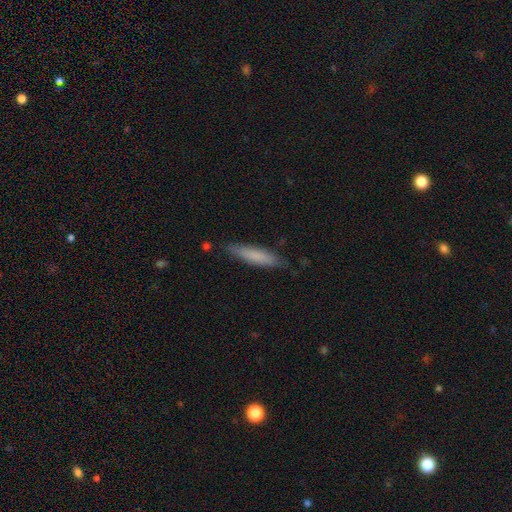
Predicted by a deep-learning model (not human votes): Smooth or featured? smooth (74%)
How rounded? cigar-shaped (87%)
Merging? none (83%)